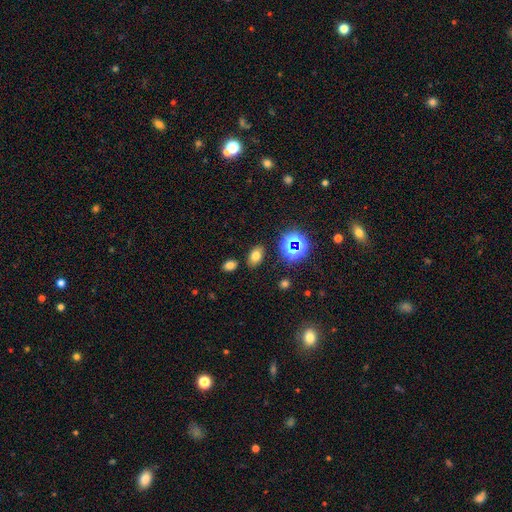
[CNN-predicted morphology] Smooth or featured?
  - smooth: 69% *
  - star or artifact: 21%
  - featured or disk: 10%
How rounded?
  - in between: 85% *
  - round: 13%
  - cigar-shaped: 2%
Merging?
  - none: 84% *
  - minor disturbance: 9%
  - merger: 4%
  - major disturbance: 3%